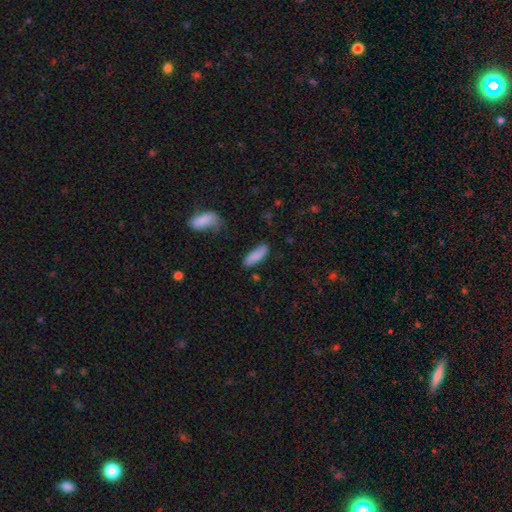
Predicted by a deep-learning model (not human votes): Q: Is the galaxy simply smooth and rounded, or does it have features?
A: smooth — 84%.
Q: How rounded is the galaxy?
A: in between — 59%.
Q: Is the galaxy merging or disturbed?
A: none — 77%.